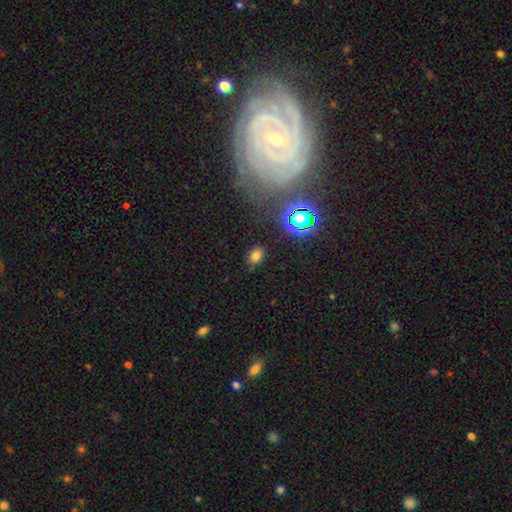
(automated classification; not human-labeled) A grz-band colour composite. It shows a smooth galaxy with no disk features (73%) that is in between round and cigar-shaped (84%). Merging: none (81%).